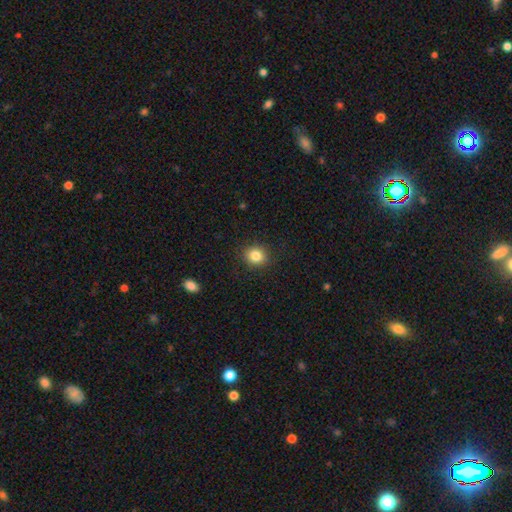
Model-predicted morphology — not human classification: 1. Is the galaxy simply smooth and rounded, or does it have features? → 84% smooth, 10% star or artifact, 6% featured or disk.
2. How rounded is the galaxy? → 80% round, 19% in between, 1% cigar-shaped.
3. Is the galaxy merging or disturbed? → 90% none, 7% minor disturbance, 2% major disturbance, 1% merger.